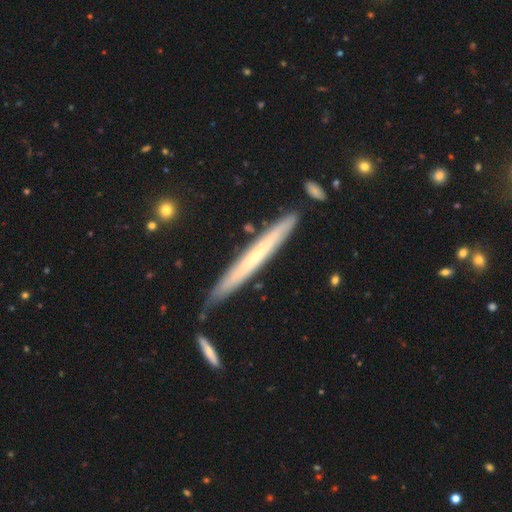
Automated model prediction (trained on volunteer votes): featured or disk 58%, smooth 36%, star or artifact 6%. Down the decision tree: edge-on disk — yes (92%); edge-on bulge — none (69%); merging — none (81%).